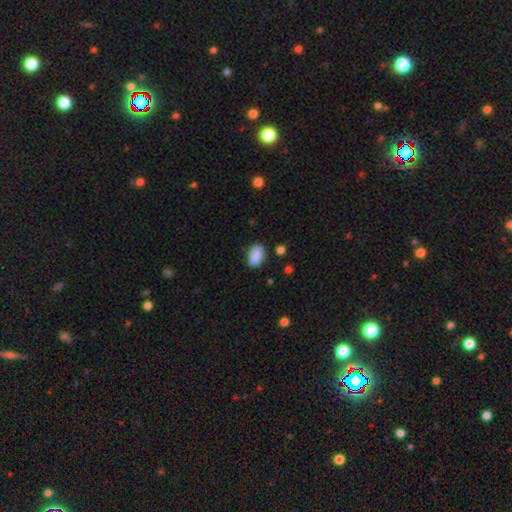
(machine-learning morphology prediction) Overall: smooth (89%). How rounded: in between (91%). Merging: none (81%).